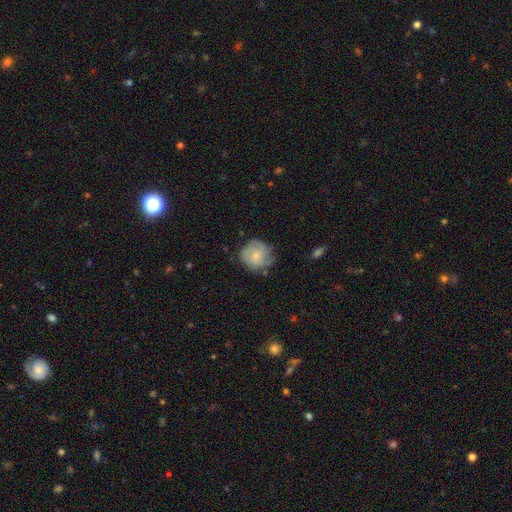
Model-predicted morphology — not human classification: This appears to be a smooth galaxy with no disk features (51%) that is round (84%). Merging: none (66%).